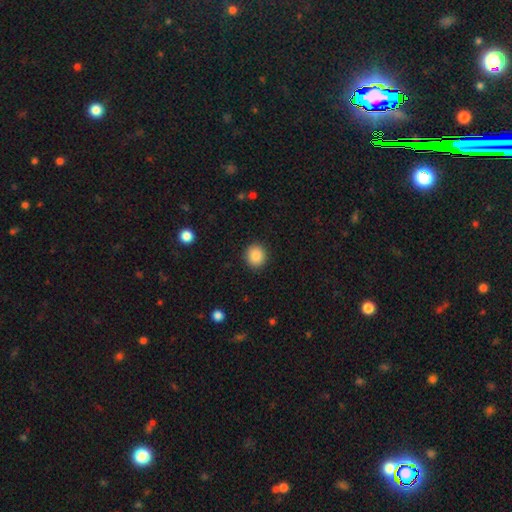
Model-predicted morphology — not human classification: This appears to be a smooth galaxy with no disk features (87%) that is round (87%). Merging: none (91%).